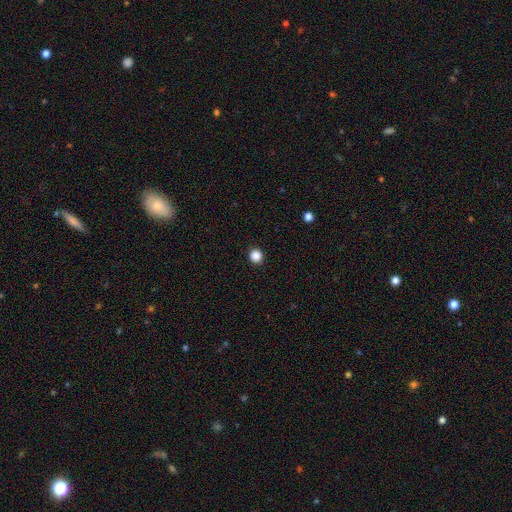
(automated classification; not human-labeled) smooth 86%, star or artifact 11%, featured or disk 2%. Down the decision tree: how rounded — round (93%); merging — none (93%).